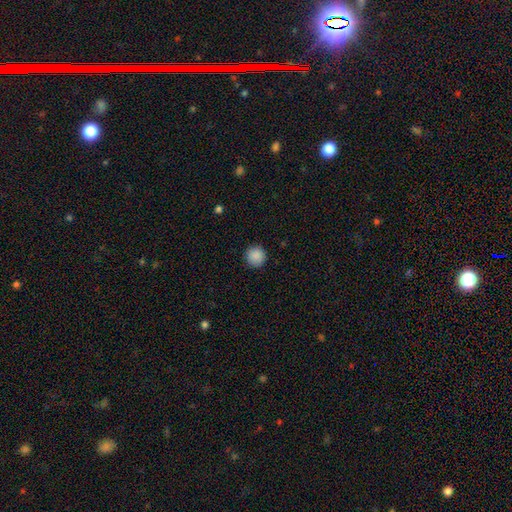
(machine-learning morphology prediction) smooth_or_featured: smooth (p=0.89) [alt: star or artifact p=0.08]
how_rounded: round (p=0.96) [alt: in between p=0.03]
merging: none (p=0.92) [alt: minor disturbance p=0.06]